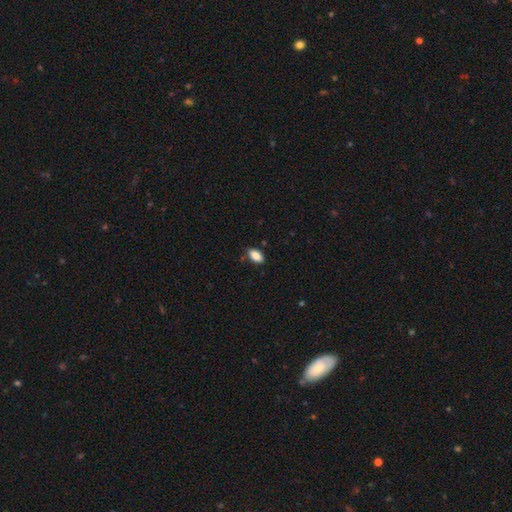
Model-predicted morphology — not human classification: smooth 87%, star or artifact 8%, featured or disk 5%. Down the decision tree: how rounded — in between (92%); merging — none (84%).